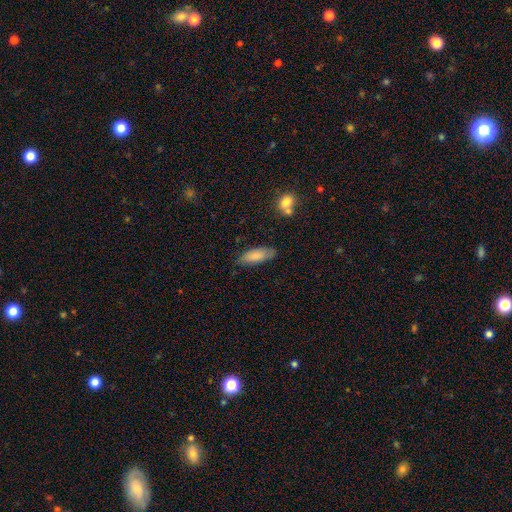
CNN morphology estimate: type=smooth (83%); roundness=in between (68%); merging=none (78%).